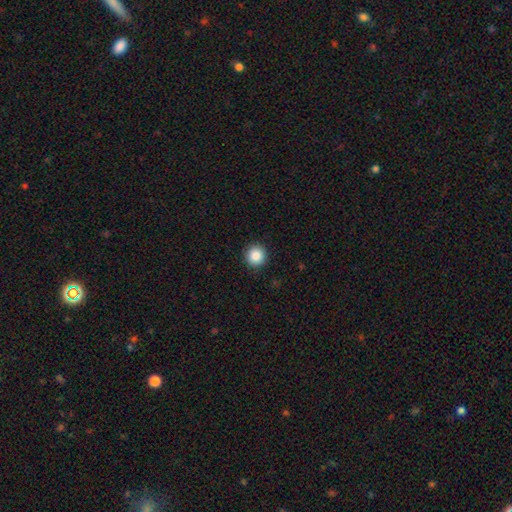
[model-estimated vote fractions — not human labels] This appears to be a smooth galaxy with no disk features (87%) that is round (95%). Merging: none (92%).